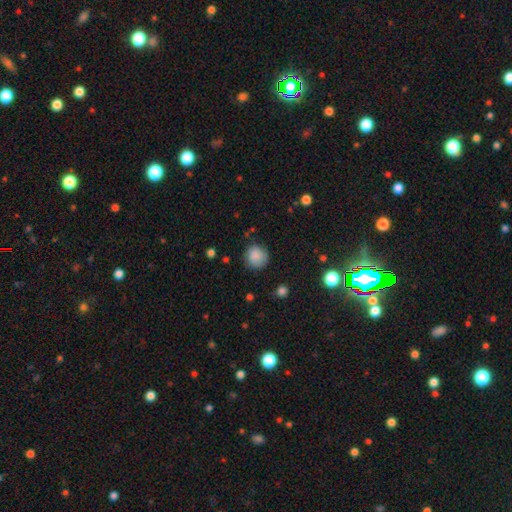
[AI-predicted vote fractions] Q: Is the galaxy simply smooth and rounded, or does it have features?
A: smooth — 87%.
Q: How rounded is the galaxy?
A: round — 91%.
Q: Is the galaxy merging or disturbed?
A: none — 80%.